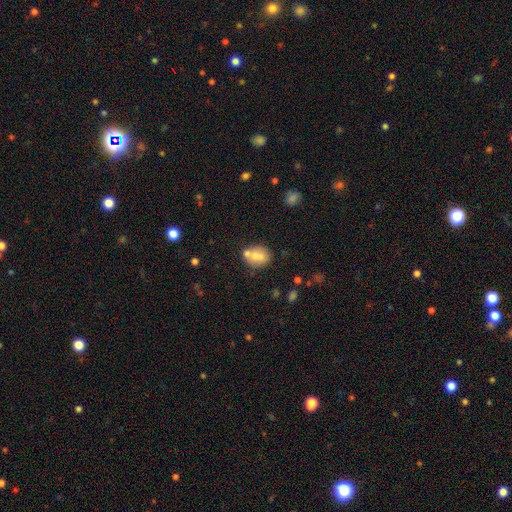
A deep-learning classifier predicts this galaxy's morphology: This appears to be a smooth galaxy with no disk features (64%) that is round (52%). Merging: none (47%).